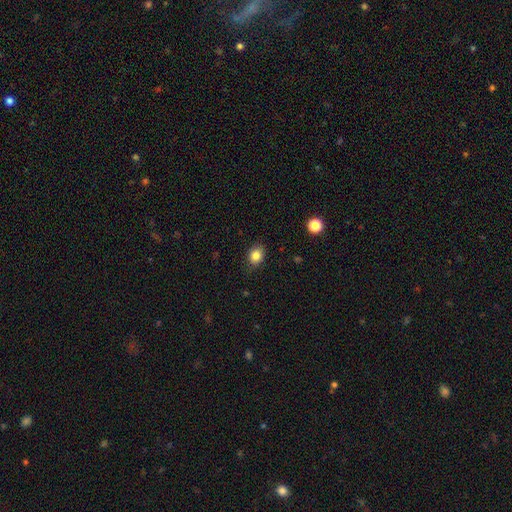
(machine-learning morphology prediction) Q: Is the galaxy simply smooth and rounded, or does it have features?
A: smooth — 83%.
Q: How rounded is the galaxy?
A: in between — 51%.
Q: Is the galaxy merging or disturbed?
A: none — 83%.